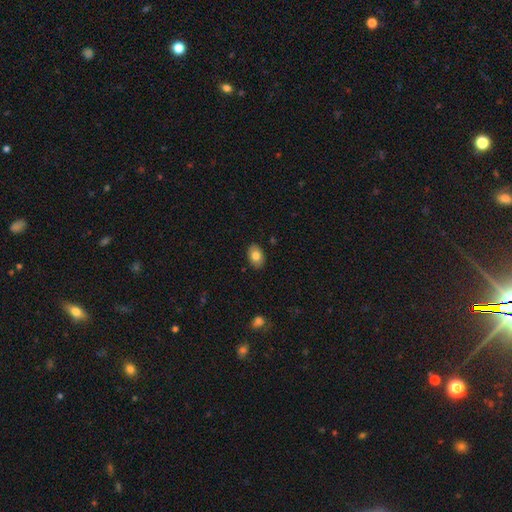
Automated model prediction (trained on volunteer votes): A smooth galaxy with no disk features (81%) that is in between round and cigar-shaped (85%). Merging: none (88%).